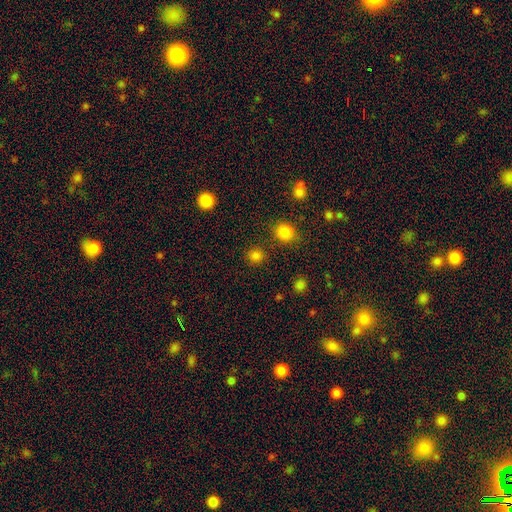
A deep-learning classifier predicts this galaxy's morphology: smooth-or-featured: smooth: 81% | star or artifact: 16% | featured or disk: 3%
  how-rounded: round: 89% | in between: 10% | cigar-shaped: 1%
  merging: none: 86% | minor disturbance: 7% | merger: 4% | major disturbance: 3%